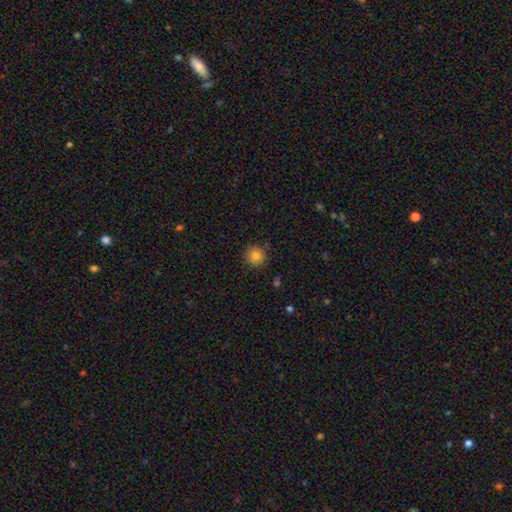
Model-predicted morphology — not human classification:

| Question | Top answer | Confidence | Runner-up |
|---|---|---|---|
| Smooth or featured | smooth | 84% | star or artifact (11%) |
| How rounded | round | 94% | in between (5%) |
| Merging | none | 87% | minor disturbance (9%) |